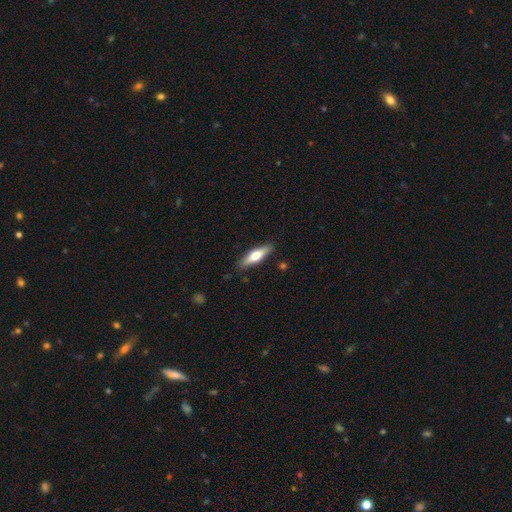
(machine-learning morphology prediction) type=smooth (58%); roundness=cigar-shaped (62%); merging=none (86%).